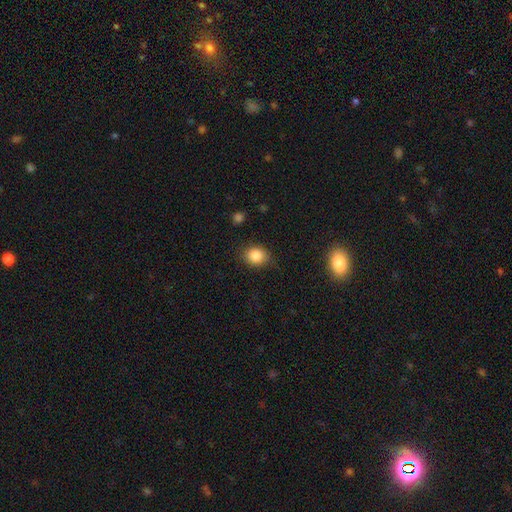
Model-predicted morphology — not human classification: Smooth or featured? smooth (85%)
How rounded? round (60%)
Merging? none (80%)